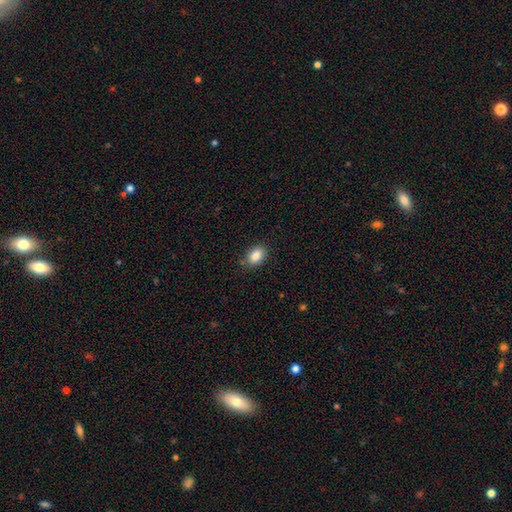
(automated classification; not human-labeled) Morphology: type=smooth (87%); roundness=in between (79%); merging=none (82%).